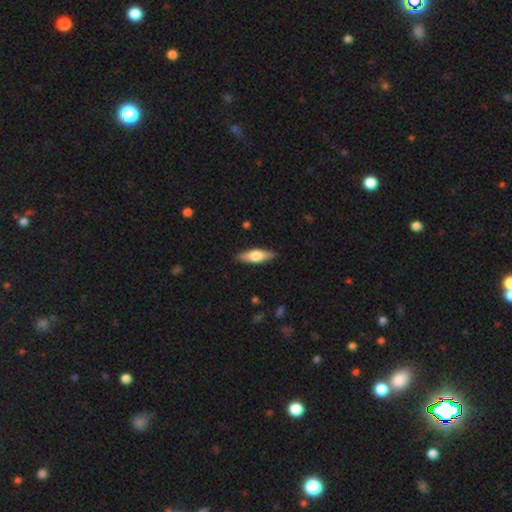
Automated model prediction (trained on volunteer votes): A smooth galaxy with no disk features (57%) that is cigar-shaped (50%). Merging: none (89%).